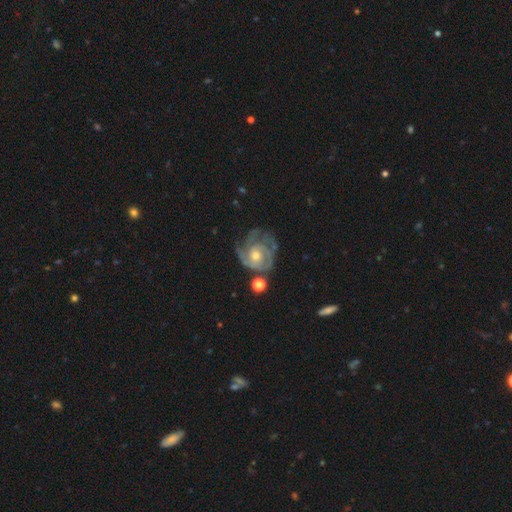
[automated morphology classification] Smooth or featured: featured or disk — 86% (smooth — 8%)
Edge-on disk: no — 98% (yes — 2%)
Bar: no — 73% (weak — 22%)
Spiral arms: yes — 95% (no — 5%)
Spiral winding: tight — 66% (medium — 28%)
Spiral arm count: 3 — 34% (2 — 23%)
Bulge size: moderate — 63% (small — 30%)
Merging: none — 62% (minor disturbance — 21%)